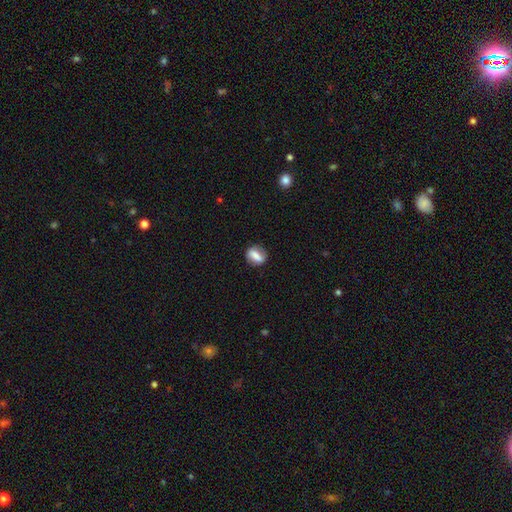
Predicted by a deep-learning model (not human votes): Overall: smooth (61%; featured or disk 31%). How rounded: in between (57%; round 33%). Merging: none (82%).